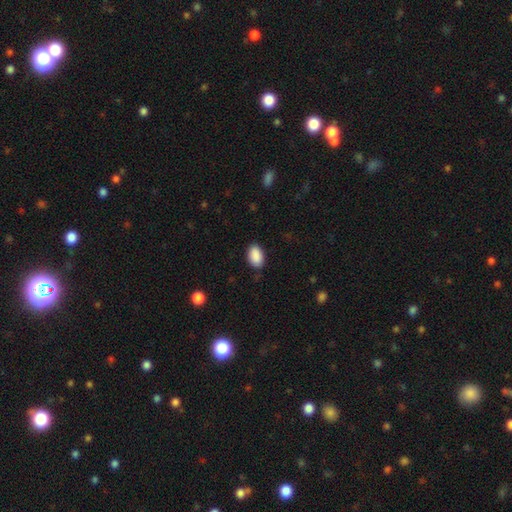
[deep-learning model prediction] Overall: smooth (90%). How rounded: in between (90%). Merging: none (84%).